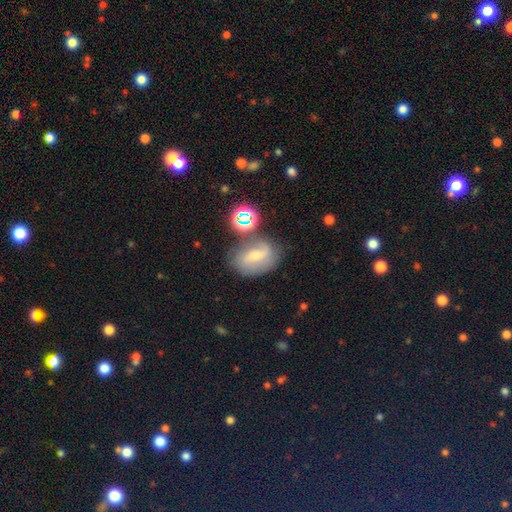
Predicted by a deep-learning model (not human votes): The model was most divided on "smooth or featured": featured or disk: 53%, smooth: 30%, star or artifact: 16%. More confident: edge-on disk — no (94%); merging — none (60%).